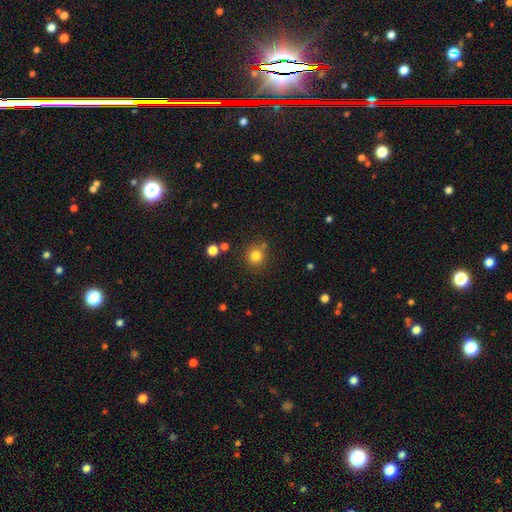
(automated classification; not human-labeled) smooth 81%, star or artifact 13%, featured or disk 6%. Down the decision tree: how rounded — round (90%); merging — none (77%).